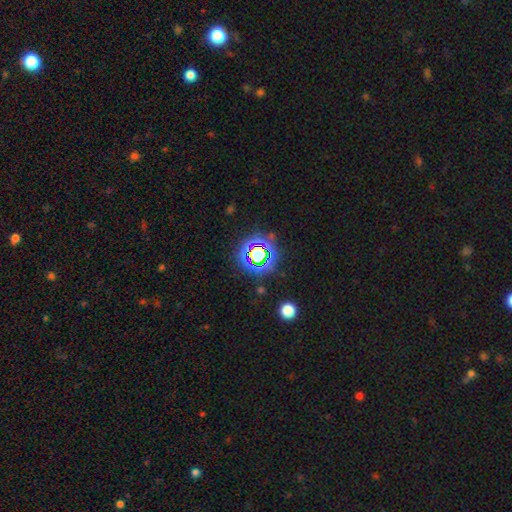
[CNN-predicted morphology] A star or artifact, not a galaxy (68%).